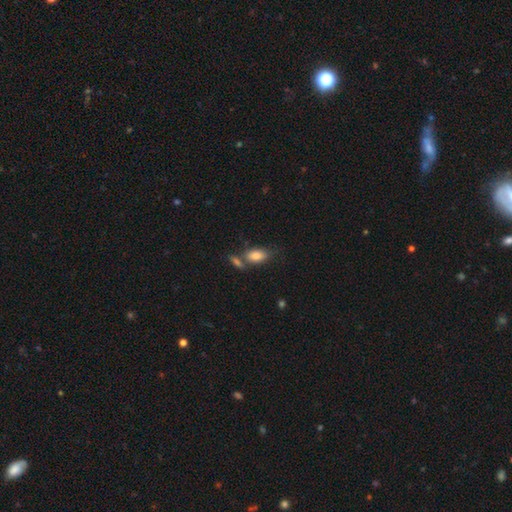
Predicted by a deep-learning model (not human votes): Q: Smooth or featured?
A: smooth (83%); runner-up: featured or disk (9%)
Q: How rounded?
A: in between (89%); runner-up: round (5%)
Q: Merging?
A: none (48%); runner-up: merger (30%)